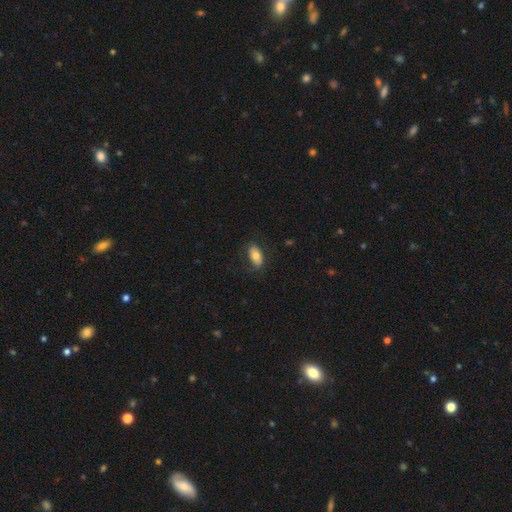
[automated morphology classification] smooth-or-featured: smooth: 70% | featured or disk: 23% | star or artifact: 7%
  how-rounded: in between: 91% | round: 5% | cigar-shaped: 3%
  merging: none: 75% | minor disturbance: 16% | major disturbance: 8% | merger: 1%